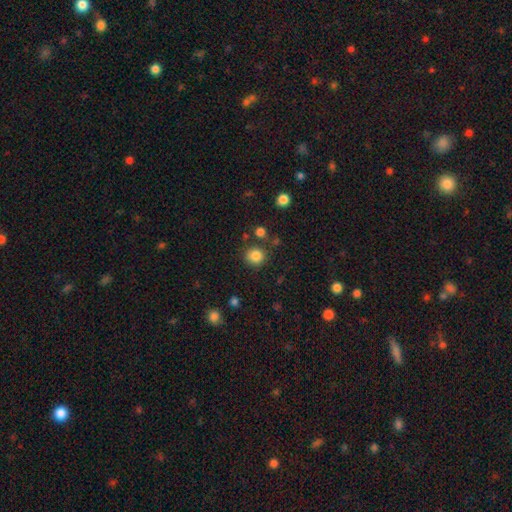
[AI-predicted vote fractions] Smooth or featured: smooth — 84% (star or artifact — 11%)
How rounded: round — 89% (in between — 10%)
Merging: none — 83% (minor disturbance — 9%)